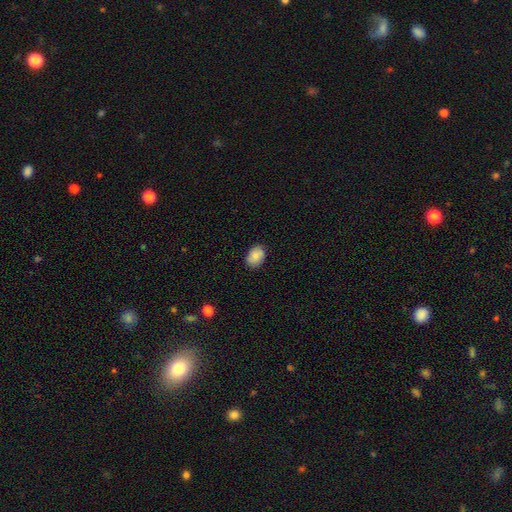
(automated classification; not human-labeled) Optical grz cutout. It shows a smooth galaxy with no disk features (85%) that is in between round and cigar-shaped (76%). Merging: none (85%).